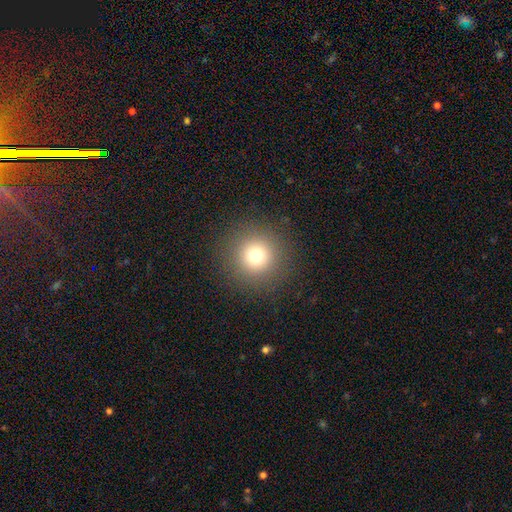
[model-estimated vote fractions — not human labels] Smooth or featured?
  - smooth: 74% *
  - star or artifact: 16%
  - featured or disk: 9%
How rounded?
  - round: 96% *
  - in between: 3%
  - cigar-shaped: 1%
Merging?
  - none: 90% *
  - minor disturbance: 5%
  - major disturbance: 3%
  - merger: 1%